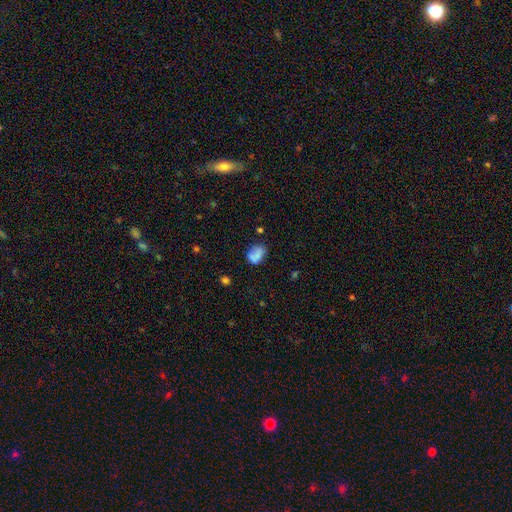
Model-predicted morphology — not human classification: A smooth galaxy with no disk features (71%) that is in between round and cigar-shaped (73%). Merging: none (50%).